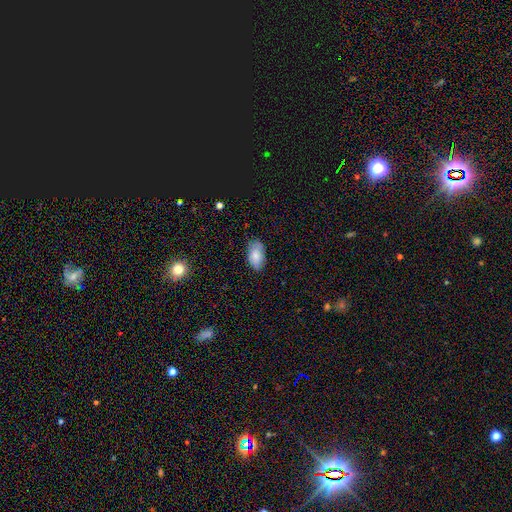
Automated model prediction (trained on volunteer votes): Smooth or featured?
  - smooth: 80% *
  - featured or disk: 13%
  - star or artifact: 7%
How rounded?
  - in between: 93% *
  - round: 5%
  - cigar-shaped: 2%
Merging?
  - none: 74% *
  - minor disturbance: 21%
  - major disturbance: 4%
  - merger: 1%